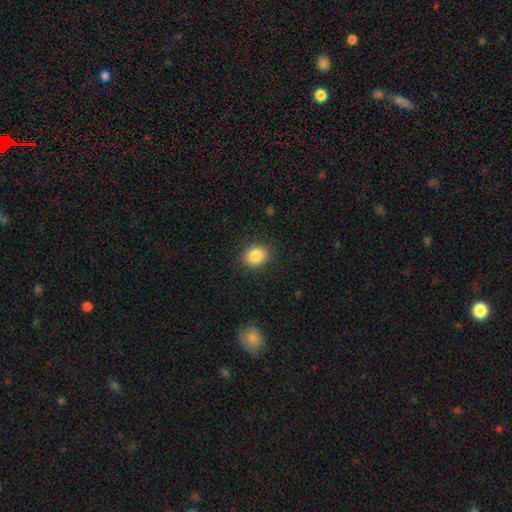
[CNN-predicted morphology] A smooth galaxy with no disk features (87%) that is round (58%). Merging: none (89%).